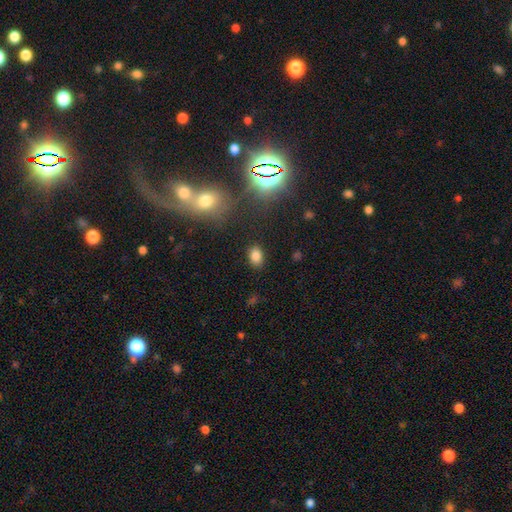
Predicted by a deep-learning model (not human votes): Q: Smooth or featured?
A: smooth (82%); runner-up: star or artifact (13%)
Q: How rounded?
A: in between (78%); runner-up: round (21%)
Q: Merging?
A: none (85%); runner-up: minor disturbance (10%)